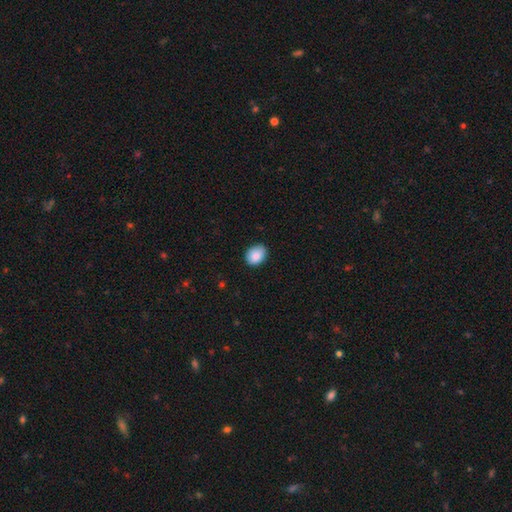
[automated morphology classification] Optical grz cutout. It shows a smooth galaxy with no disk features (88%) that is in between round and cigar-shaped (64%). Merging: none (83%).